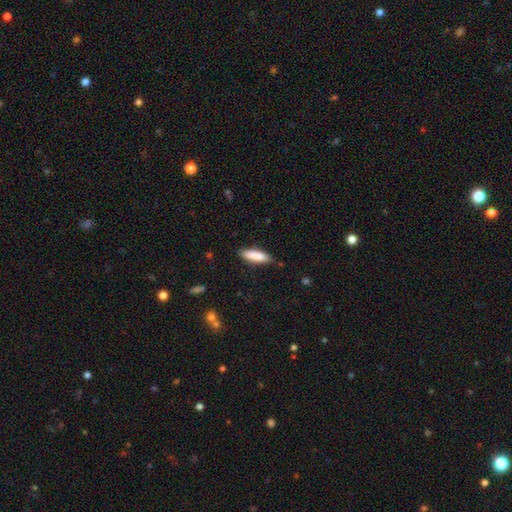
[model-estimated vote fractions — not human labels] smooth-or-featured: smooth: 87% | featured or disk: 7% | star or artifact: 6%
  how-rounded: cigar-shaped: 50% | in between: 49% | round: 1%
  merging: none: 82% | minor disturbance: 14% | major disturbance: 2% | merger: 2%